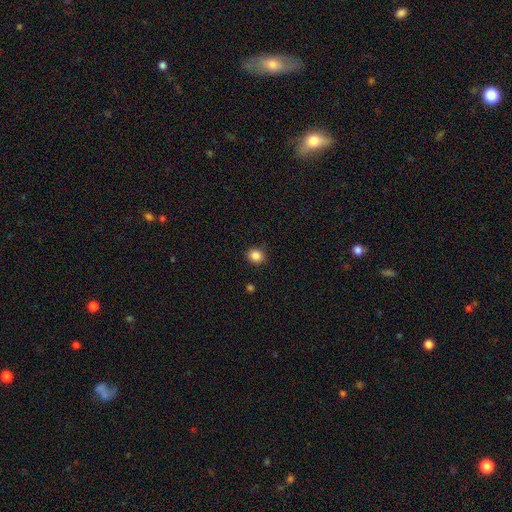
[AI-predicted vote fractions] The model was most divided on "how rounded": round: 80%, in between: 19%, cigar-shaped: 1%. More confident: merging — none (88%); smooth or featured — smooth (86%).